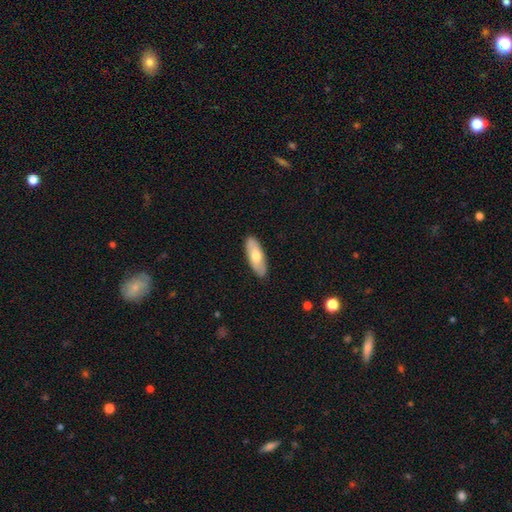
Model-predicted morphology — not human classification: Smooth or featured: smooth — 64% (featured or disk — 31%)
How rounded: in between — 76% (cigar-shaped — 22%)
Merging: none — 89% (minor disturbance — 8%)